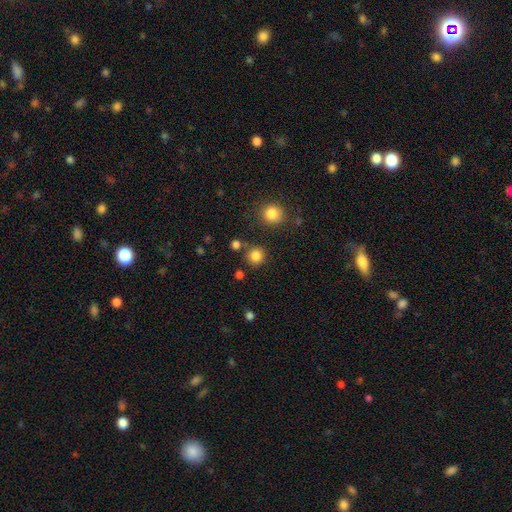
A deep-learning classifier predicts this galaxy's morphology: Overall: smooth (84%). How rounded: round (92%). Merging: none (83%).